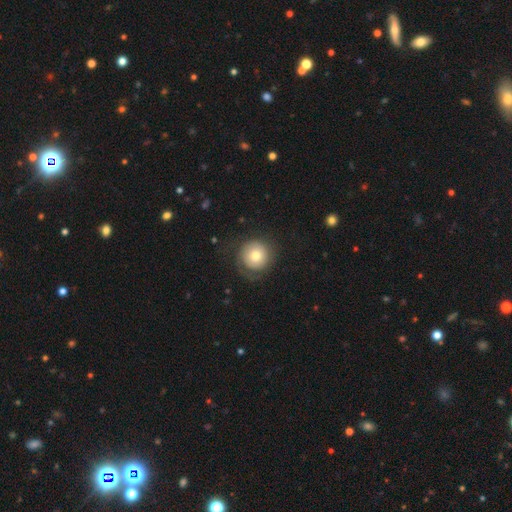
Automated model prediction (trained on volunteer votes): Morphology: type=smooth (67%); roundness=round (94%); merging=none (70%).